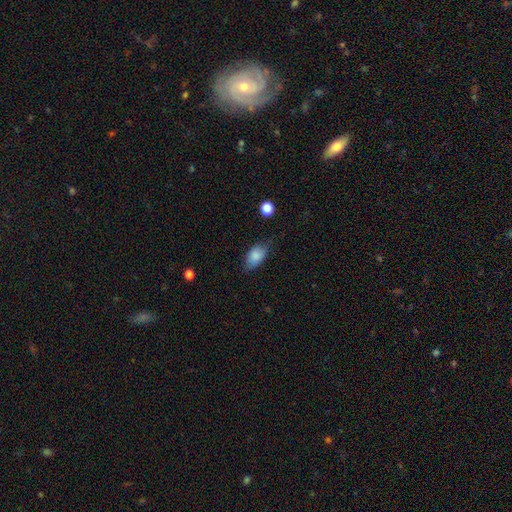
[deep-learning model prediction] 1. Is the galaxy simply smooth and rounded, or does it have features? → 84% smooth, 8% featured or disk, 7% star or artifact.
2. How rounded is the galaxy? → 89% in between, 7% round, 4% cigar-shaped.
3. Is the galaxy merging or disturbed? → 67% none, 25% minor disturbance, 6% major disturbance, 2% merger.